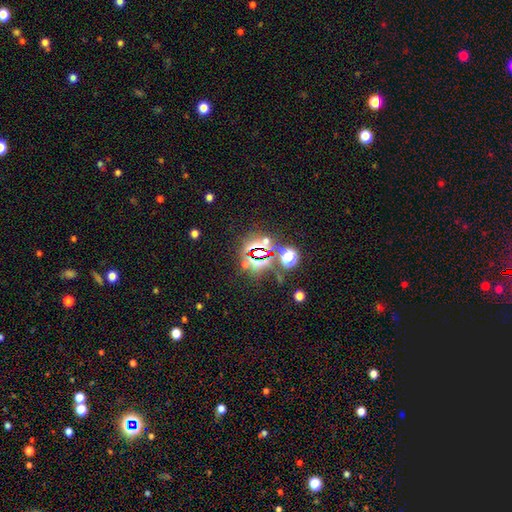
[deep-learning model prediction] A star or artifact, not a galaxy (73%).

Vote fractions:
- Smooth or featured? star or artifact: 73% / smooth: 18% / featured or disk: 9%